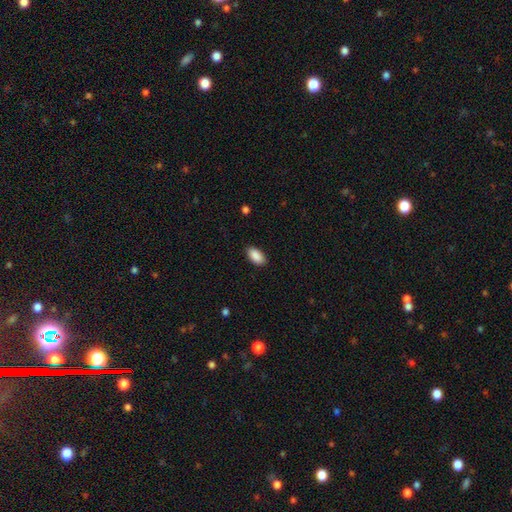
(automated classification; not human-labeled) Morphology: type=smooth (90%); roundness=in between (94%); merging=none (87%).